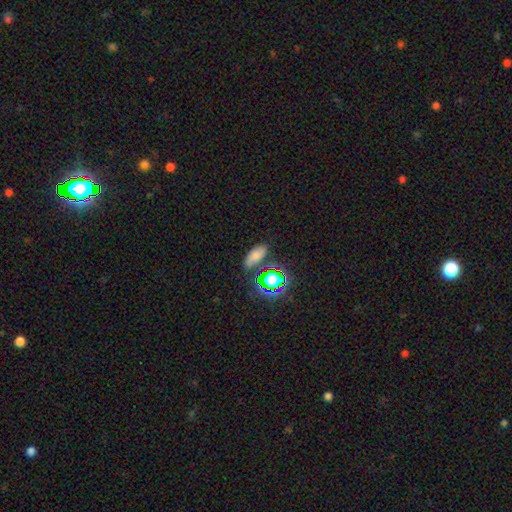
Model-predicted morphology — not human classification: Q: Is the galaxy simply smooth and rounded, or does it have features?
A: smooth — 62%.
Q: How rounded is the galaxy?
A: in between — 80%.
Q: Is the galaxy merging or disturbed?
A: none — 75%.